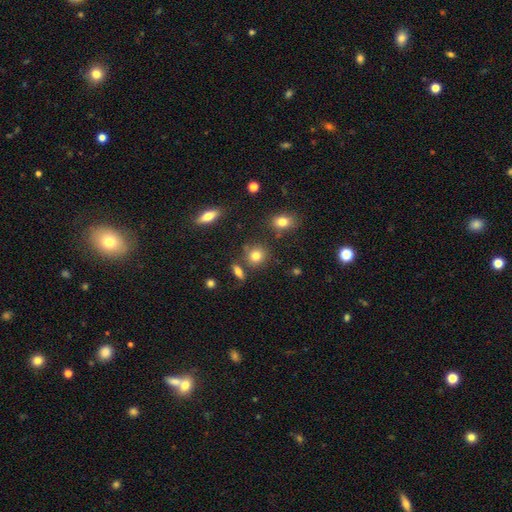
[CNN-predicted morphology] Q: Smooth or featured?
A: smooth (77%); runner-up: star or artifact (13%)
Q: How rounded?
A: round (81%); runner-up: in between (17%)
Q: Merging?
A: none (78%); runner-up: minor disturbance (10%)